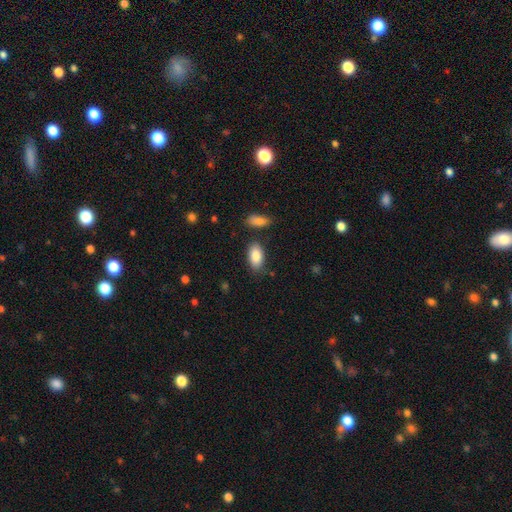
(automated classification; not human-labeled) Smooth or featured?
  - smooth: 87% *
  - featured or disk: 6%
  - star or artifact: 6%
How rounded?
  - in between: 93% *
  - cigar-shaped: 4%
  - round: 3%
Merging?
  - none: 79% *
  - minor disturbance: 13%
  - merger: 5%
  - major disturbance: 3%